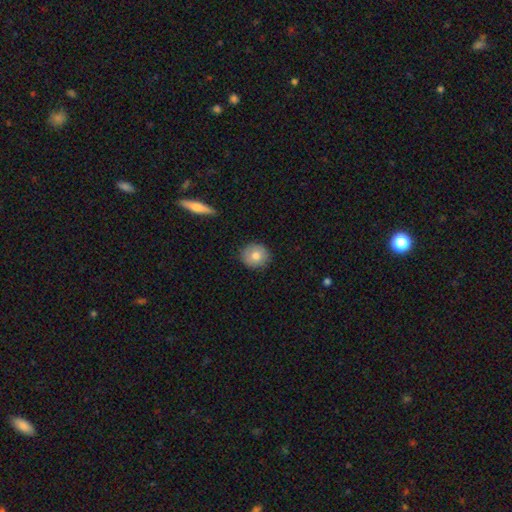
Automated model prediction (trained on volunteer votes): Smooth or featured: smooth — 78% (featured or disk — 14%)
How rounded: round — 88% (in between — 11%)
Merging: none — 88% (minor disturbance — 9%)